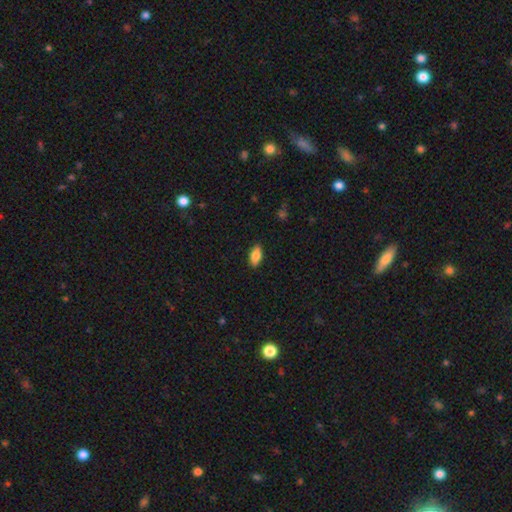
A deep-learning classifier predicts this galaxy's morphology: Q: Smooth or featured?
A: smooth (83%); runner-up: featured or disk (10%)
Q: How rounded?
A: in between (88%); runner-up: cigar-shaped (9%)
Q: Merging?
A: none (88%); runner-up: minor disturbance (9%)